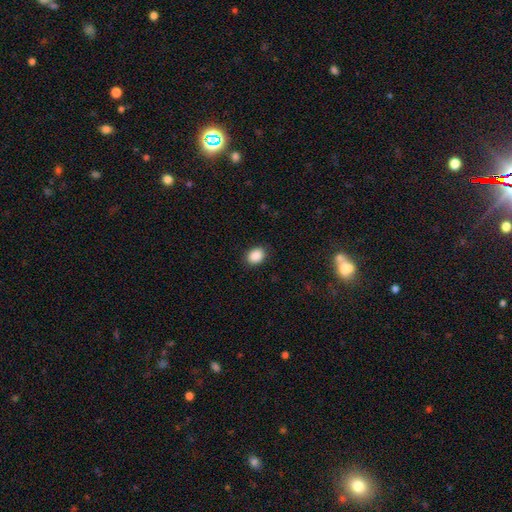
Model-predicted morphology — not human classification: type=smooth (89%); roundness=in between (61%); merging=none (88%).